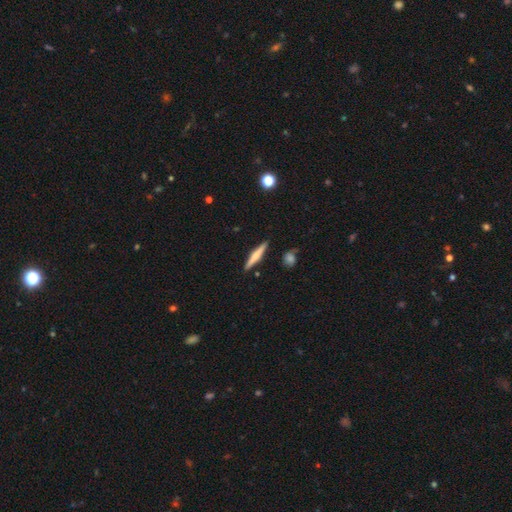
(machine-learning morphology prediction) This appears to be a smooth galaxy with no disk features (48%). Merging: none (88%).